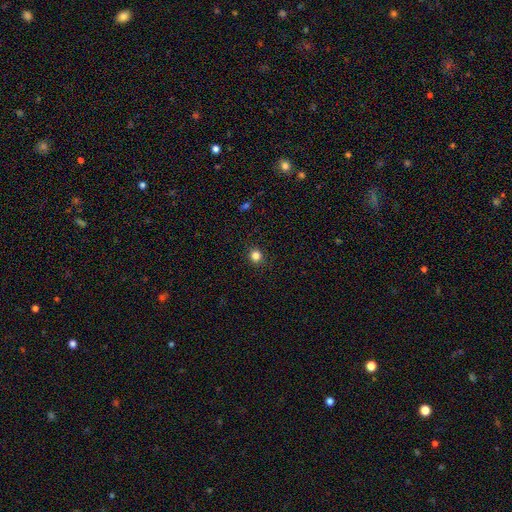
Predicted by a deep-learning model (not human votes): This appears to be a smooth galaxy with no disk features (83%) that is round (90%). Merging: none (92%).